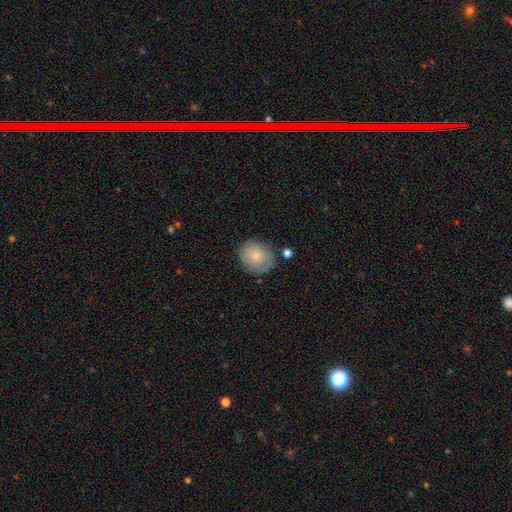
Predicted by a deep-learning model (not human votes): Morphology: type=smooth (70%); roundness=round (67%); merging=none (70%).